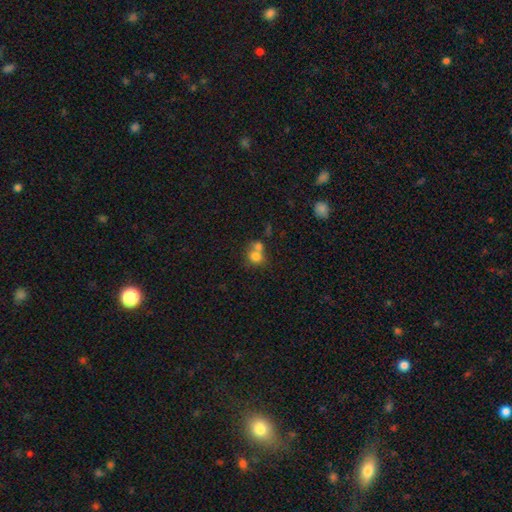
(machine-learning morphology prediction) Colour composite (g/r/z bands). It shows a smooth galaxy with no disk features (75%) that is round (73%). Merging: merger (57%).